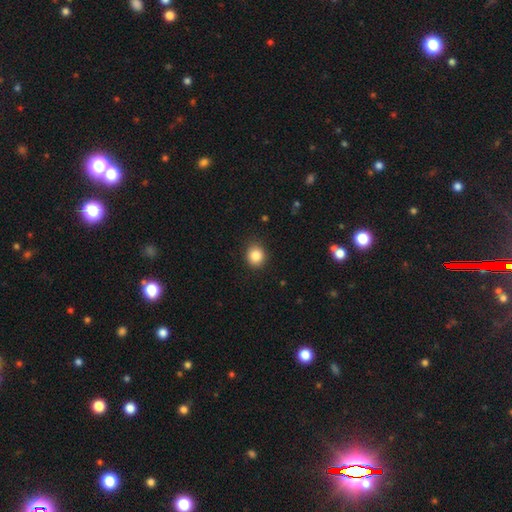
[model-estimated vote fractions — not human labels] Smooth or featured? smooth (85%)
How rounded? round (80%)
Merging? none (88%)